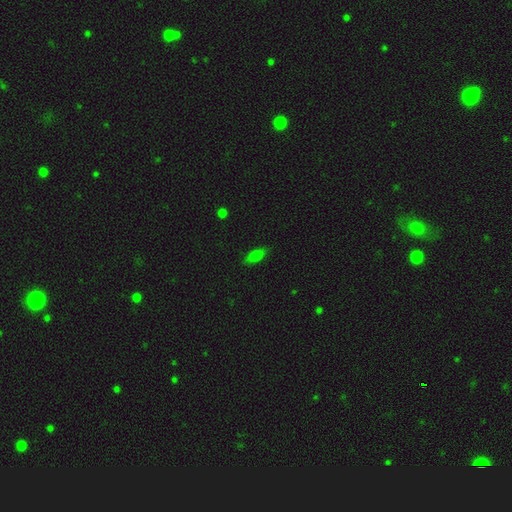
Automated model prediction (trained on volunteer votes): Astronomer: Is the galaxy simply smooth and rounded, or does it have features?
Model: smooth — 72%.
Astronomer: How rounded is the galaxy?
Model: in between — 77%.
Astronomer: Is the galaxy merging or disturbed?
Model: none — 84%.